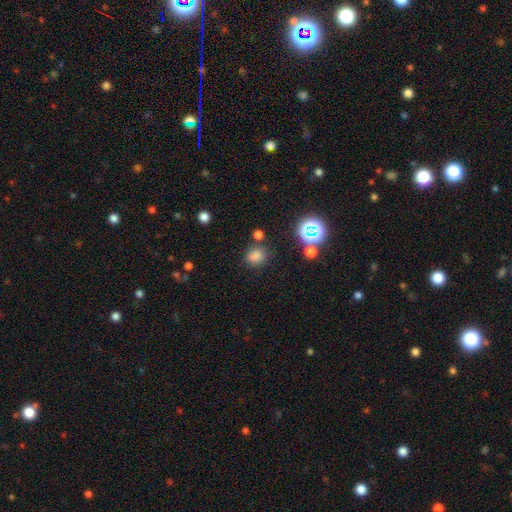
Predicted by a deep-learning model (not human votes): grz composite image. It shows a smooth galaxy with no disk features (76%) that is round (66%). Merging: none (77%).